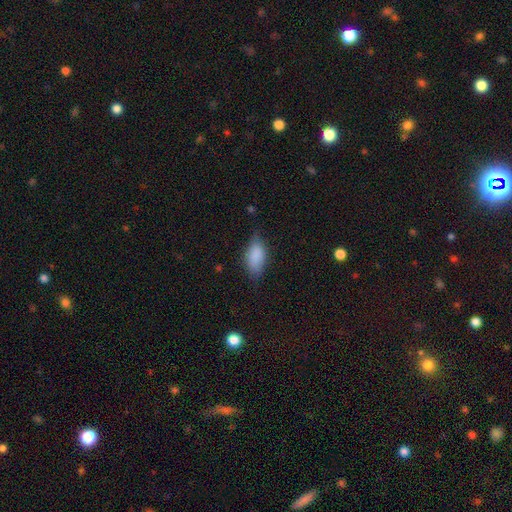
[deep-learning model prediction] Smooth or featured: smooth — 84% (featured or disk — 9%)
How rounded: in between — 90% (cigar-shaped — 6%)
Merging: none — 64% (minor disturbance — 27%)